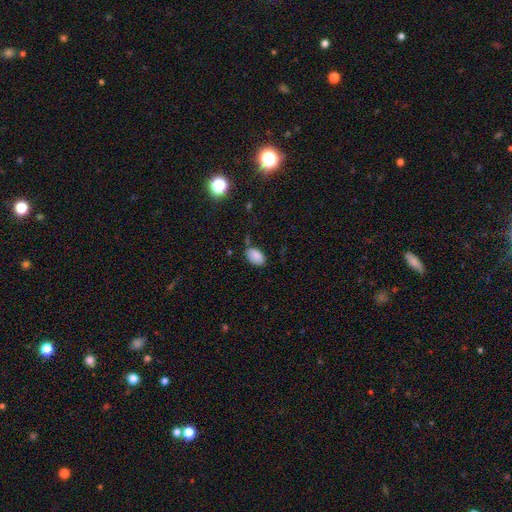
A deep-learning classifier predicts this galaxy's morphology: Overall: smooth (86%). How rounded: in between (91%). Merging: none (71%).